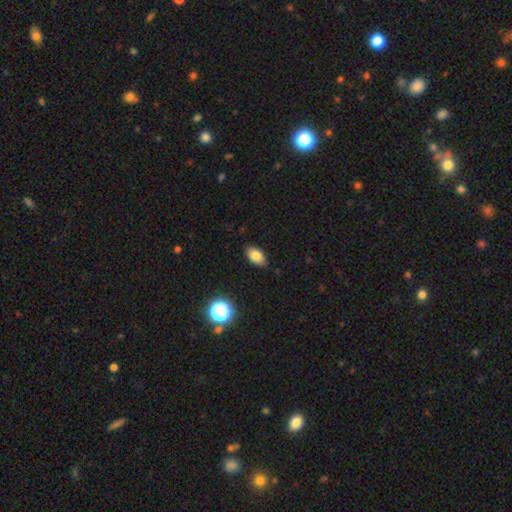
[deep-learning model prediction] Smooth or featured? Predicted: smooth (p=0.81). How rounded? Predicted: in between (p=0.88). Merging? Predicted: none (p=0.81).